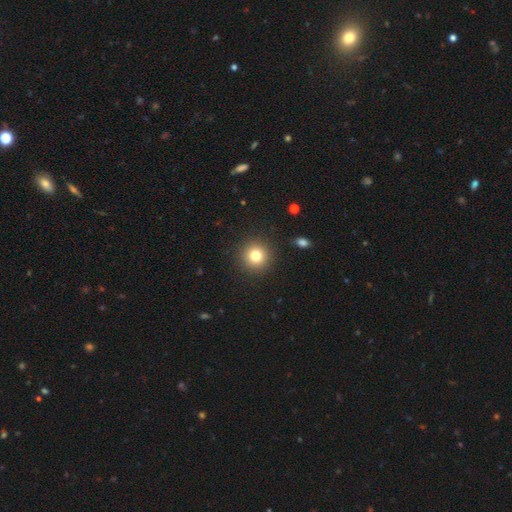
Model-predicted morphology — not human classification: smooth 80%, star or artifact 12%, featured or disk 8%. Down the decision tree: how rounded — round (94%); merging — none (91%).